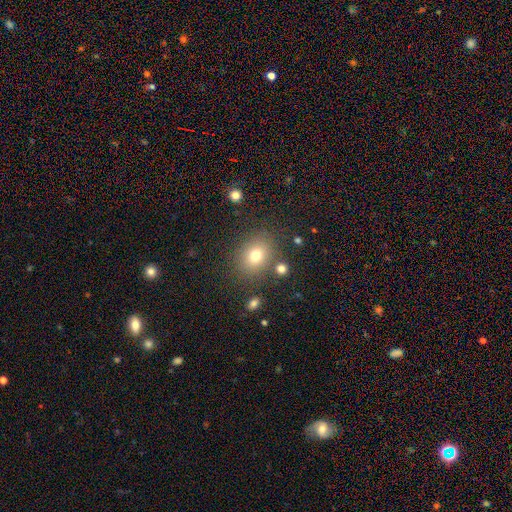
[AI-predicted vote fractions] Smooth or featured: smooth — 74% (star or artifact — 15%)
How rounded: round — 54% (in between — 45%)
Merging: none — 80% (minor disturbance — 11%)